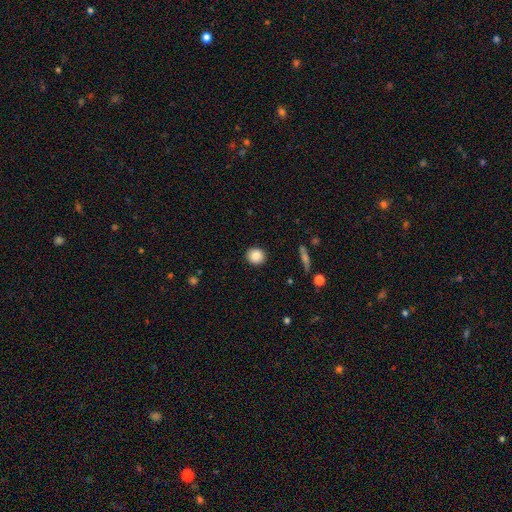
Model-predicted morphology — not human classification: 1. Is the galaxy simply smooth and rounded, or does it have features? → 86% smooth, 8% star or artifact, 6% featured or disk.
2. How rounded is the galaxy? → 88% round, 11% in between, 1% cigar-shaped.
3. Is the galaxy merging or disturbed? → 91% none, 6% minor disturbance, 2% major disturbance, 1% merger.